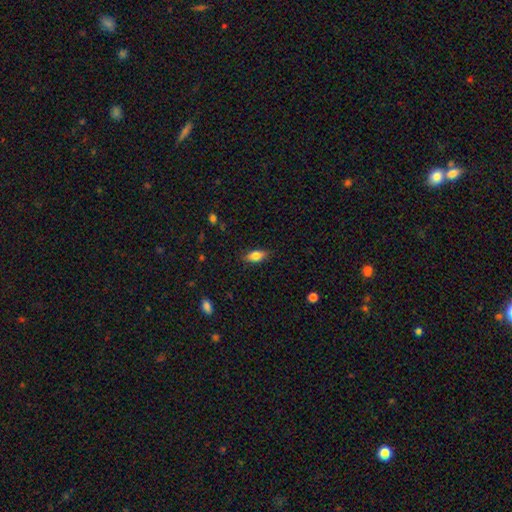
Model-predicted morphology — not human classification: A smooth galaxy with no disk features (80%) that is in between round and cigar-shaped (84%). Merging: none (82%).